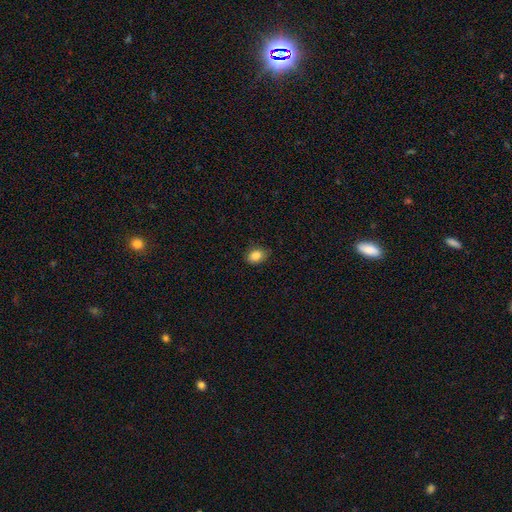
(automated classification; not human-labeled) smooth 85%, star or artifact 9%, featured or disk 6%. Down the decision tree: how rounded — in between (71%); merging — none (83%).